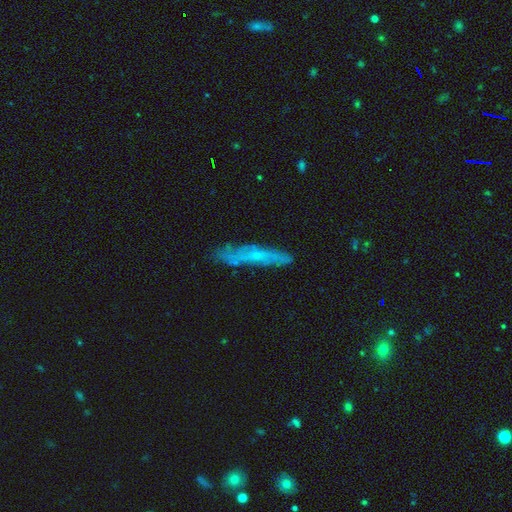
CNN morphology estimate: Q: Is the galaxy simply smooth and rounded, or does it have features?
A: featured or disk — 52%.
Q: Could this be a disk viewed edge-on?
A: yes — 66%.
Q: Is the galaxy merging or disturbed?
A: none — 76%.